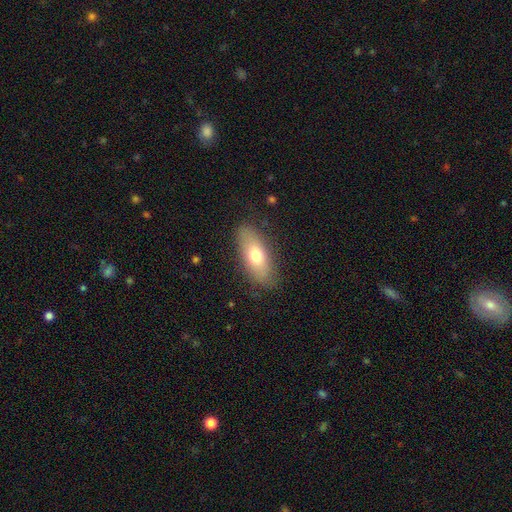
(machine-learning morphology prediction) type=smooth (70%); roundness=in between (76%); merging=none (83%).